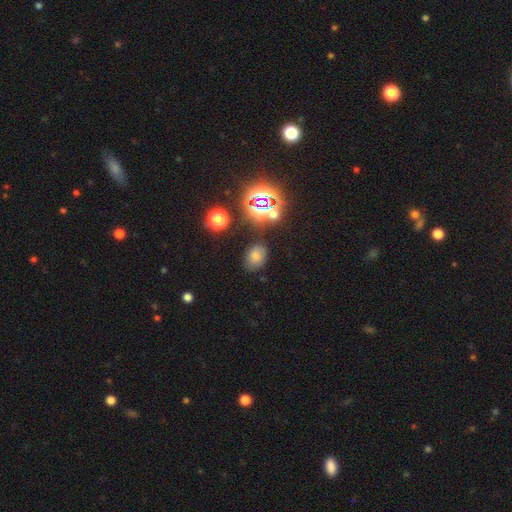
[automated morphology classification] Smooth or featured: smooth — 58% (star or artifact — 30%)
How rounded: in between — 65% (round — 34%)
Merging: none — 80% (minor disturbance — 13%)